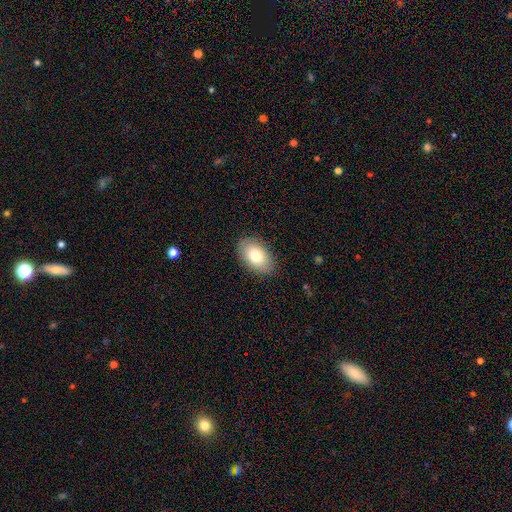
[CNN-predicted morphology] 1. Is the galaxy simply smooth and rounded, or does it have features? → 82% smooth, 12% featured or disk, 6% star or artifact.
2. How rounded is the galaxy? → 93% in between, 6% round, 1% cigar-shaped.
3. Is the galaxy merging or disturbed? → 87% none, 10% minor disturbance, 2% major disturbance, 1% merger.